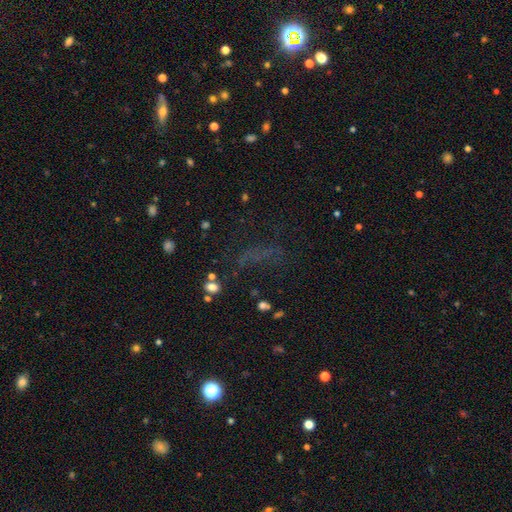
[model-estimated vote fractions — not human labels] A star or artifact, not a galaxy (53%).